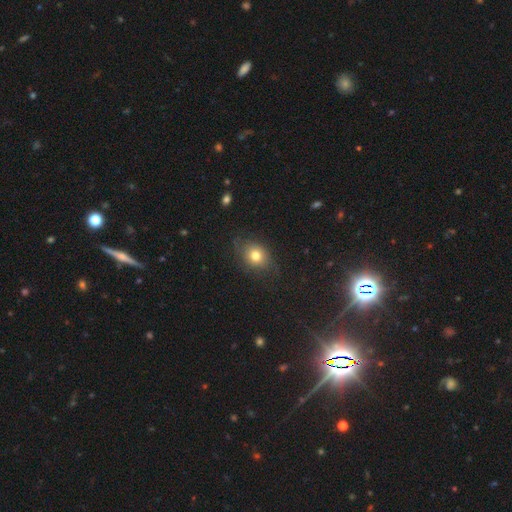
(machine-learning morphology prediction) Overall: smooth (74%). How rounded: round (51%; in between 48%). Merging: none (71%).